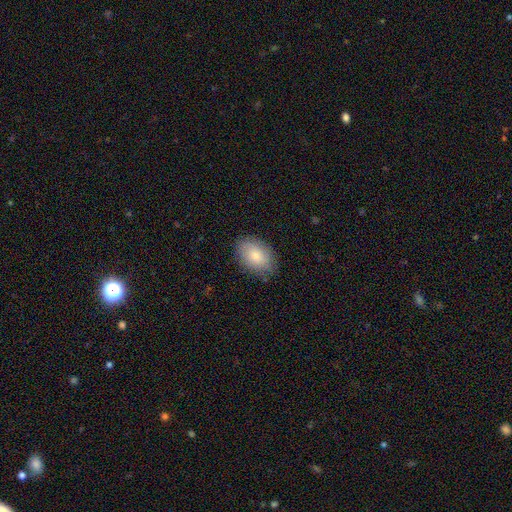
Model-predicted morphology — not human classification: The model was most divided on "smooth or featured": smooth: 76%, featured or disk: 17%, star or artifact: 7%. More confident: how rounded — in between (84%); merging — none (82%).